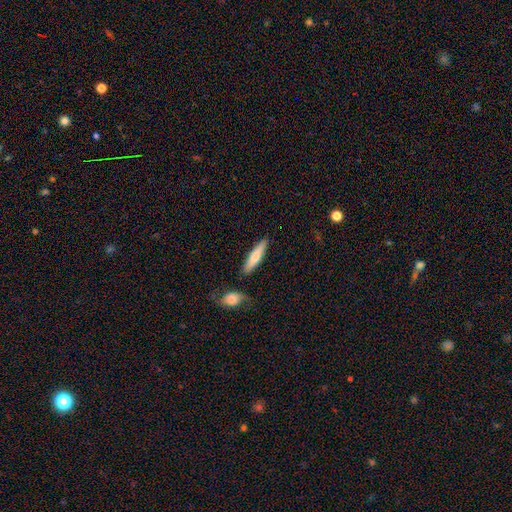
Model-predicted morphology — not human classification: Q: Smooth or featured?
A: smooth (61%); runner-up: featured or disk (33%)
Q: How rounded?
A: cigar-shaped (81%); runner-up: in between (17%)
Q: Merging?
A: none (83%); runner-up: minor disturbance (11%)